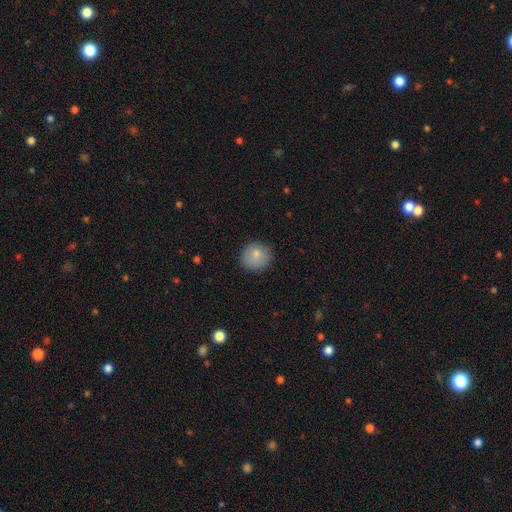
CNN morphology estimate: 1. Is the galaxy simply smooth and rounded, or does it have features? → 80% smooth, 11% featured or disk, 9% star or artifact.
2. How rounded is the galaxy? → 89% round, 10% in between, 1% cigar-shaped.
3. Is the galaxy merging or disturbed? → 86% none, 11% minor disturbance, 3% major disturbance, 1% merger.